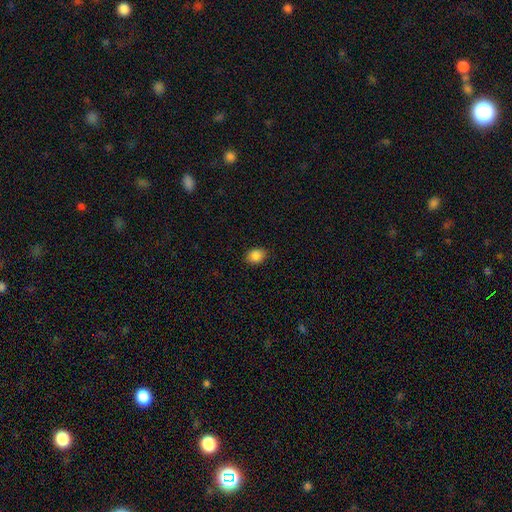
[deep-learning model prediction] Smooth or featured? Predicted: smooth (p=0.78). How rounded? Predicted: in between (p=0.63). Merging? Predicted: none (p=0.76).